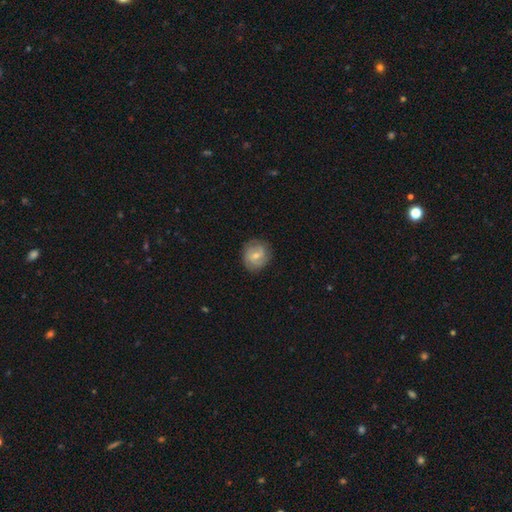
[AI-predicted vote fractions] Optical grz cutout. It shows a featured or disk galaxy (47%). Merging: none (83%).